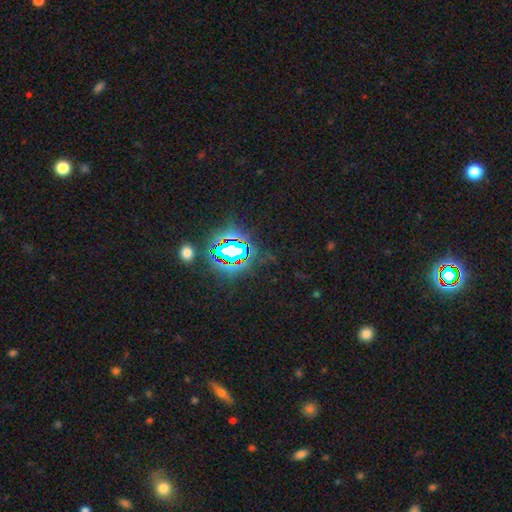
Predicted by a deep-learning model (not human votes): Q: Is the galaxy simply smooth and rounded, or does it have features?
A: star or artifact — 80%.